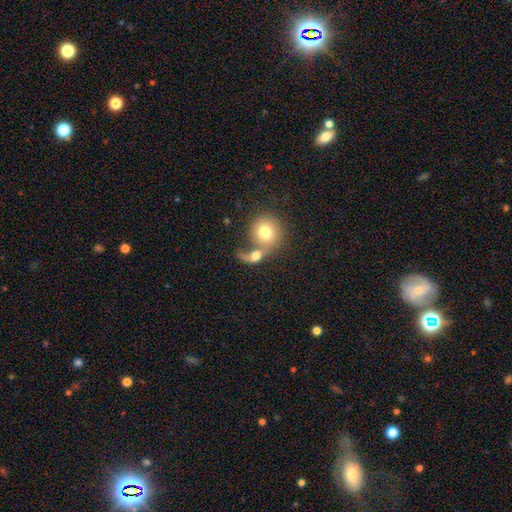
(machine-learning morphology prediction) smooth_or_featured: smooth (p=0.65) [alt: featured or disk p=0.26]
how_rounded: round (p=0.69) [alt: in between p=0.28]
merging: merger (p=0.59) [alt: none p=0.19]